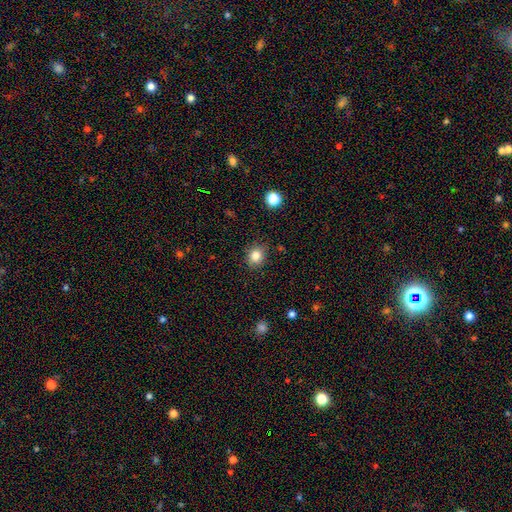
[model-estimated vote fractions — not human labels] A smooth galaxy with no disk features (82%) that is round (73%).

Vote fractions:
- Smooth or featured? smooth: 82% / star or artifact: 11% / featured or disk: 7%
- How rounded? round: 73% / in between: 26% / cigar-shaped: 1%
- Merging? none: 87% / minor disturbance: 10% / major disturbance: 2% / merger: 1%